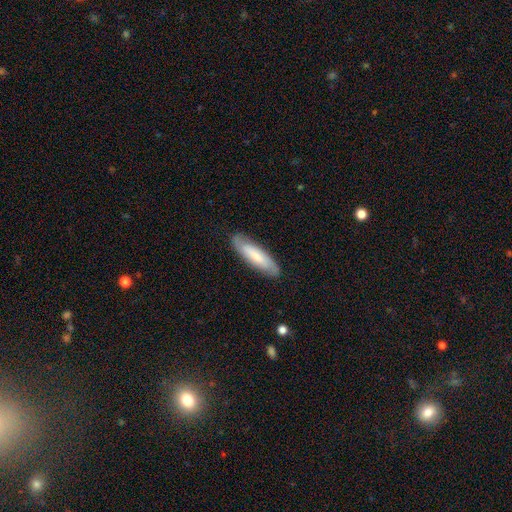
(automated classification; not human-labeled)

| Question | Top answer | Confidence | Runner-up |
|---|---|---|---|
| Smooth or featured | smooth | 62% | featured or disk (33%) |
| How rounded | cigar-shaped | 63% | in between (35%) |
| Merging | none | 84% | minor disturbance (12%) |